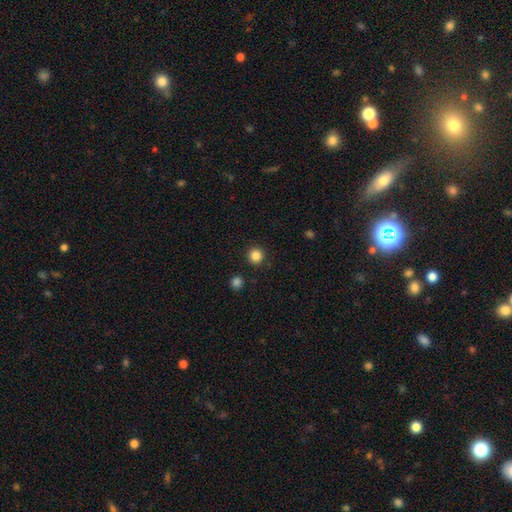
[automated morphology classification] This is clearly a smooth galaxy (86%). How rounded: clearly round (95%). Merging: clearly none (91%).